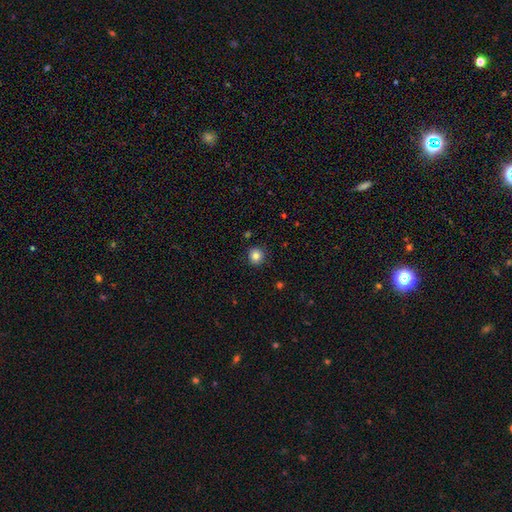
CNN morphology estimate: smooth 84%, star or artifact 11%, featured or disk 5%. Down the decision tree: how rounded — round (92%); merging — none (90%).